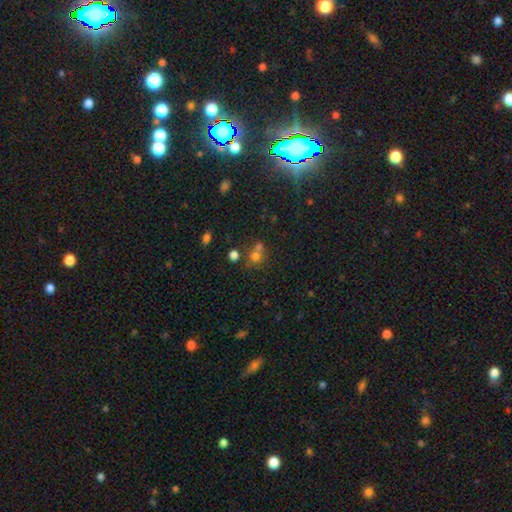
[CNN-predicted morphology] smooth-or-featured: smooth: 64% | star or artifact: 24% | featured or disk: 13%
  how-rounded: round: 83% | in between: 16% | cigar-shaped: 1%
  merging: none: 48% | merger: 41% | minor disturbance: 8% | major disturbance: 4%